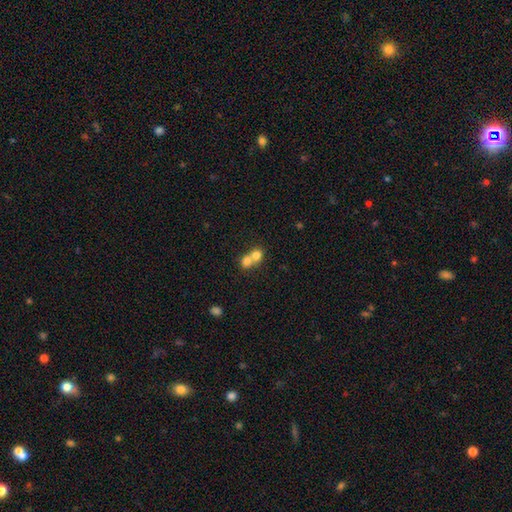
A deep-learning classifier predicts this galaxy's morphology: Smooth or featured? Predicted: smooth (p=0.74). How rounded? Predicted: round (p=0.73). Merging? Predicted: merger (p=0.70).